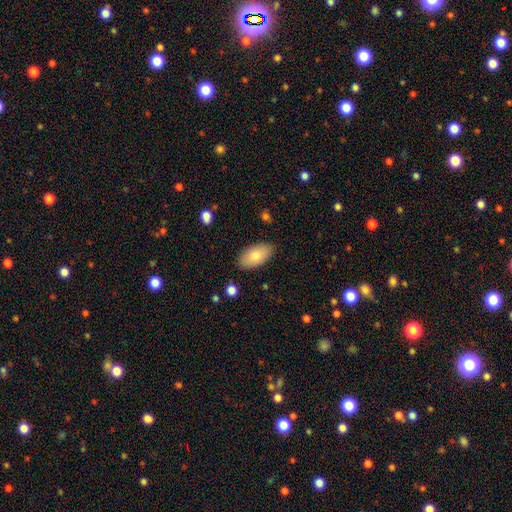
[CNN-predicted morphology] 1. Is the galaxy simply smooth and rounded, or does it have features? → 79% smooth, 14% featured or disk, 6% star or artifact.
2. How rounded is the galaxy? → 94% in between, 3% round, 3% cigar-shaped.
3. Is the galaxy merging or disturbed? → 86% none, 11% minor disturbance, 2% major disturbance, 1% merger.